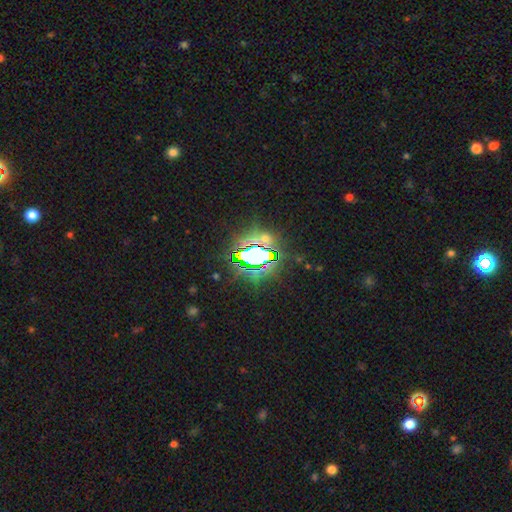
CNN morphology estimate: Smooth or featured?
  - star or artifact: 75% *
  - smooth: 14%
  - featured or disk: 11%